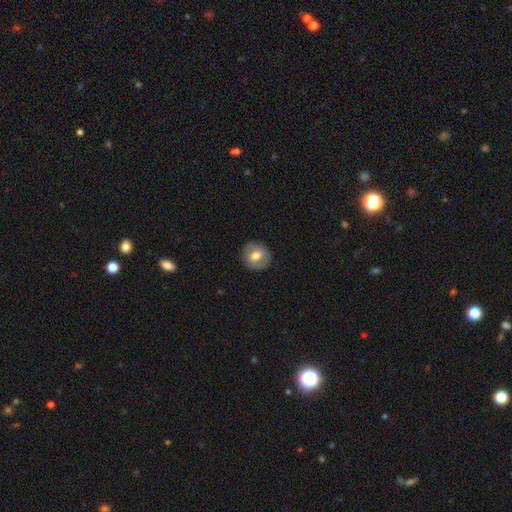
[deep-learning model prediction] A smooth galaxy with no disk features (60%) that is round (88%).

Vote fractions:
- Smooth or featured? smooth: 60% / featured or disk: 33% / star or artifact: 7%
- How rounded? round: 88% / in between: 11% / cigar-shaped: 1%
- Merging? none: 88% / minor disturbance: 9% / major disturbance: 3% / merger: 1%